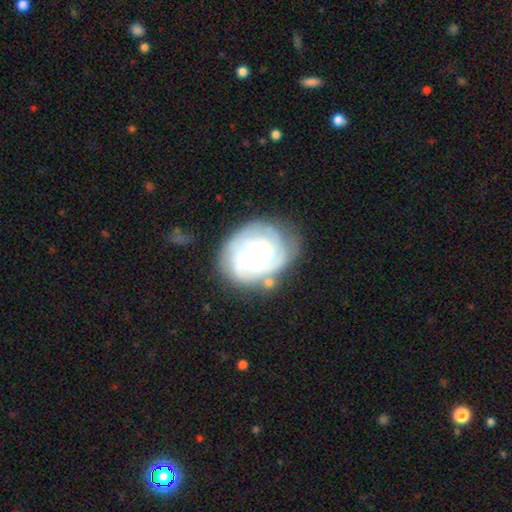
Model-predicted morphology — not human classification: This is likely a featured or disk galaxy (77%). It is clearly not viewed edge-on (98%). Bar: likely no (68%). Spiral arm pattern: clearly yes (94%). Spiral arm count: marginally can't tell (31%). Spiral winding: likely tight (66%). Central bulge: marginally small (39%). Merging: likely none (69%).